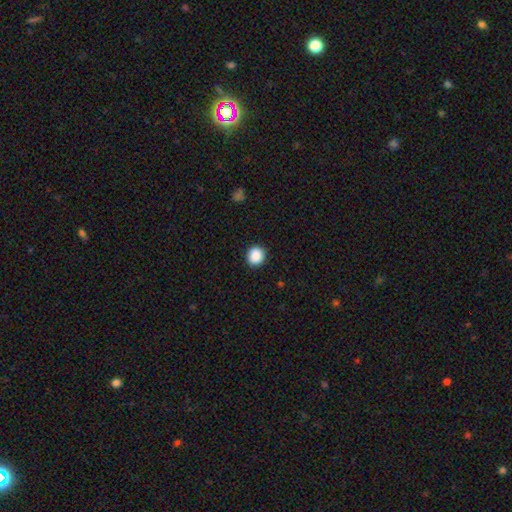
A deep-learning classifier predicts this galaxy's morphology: This is clearly a smooth galaxy (89%). How rounded: clearly round (85%). Merging: clearly none (91%).